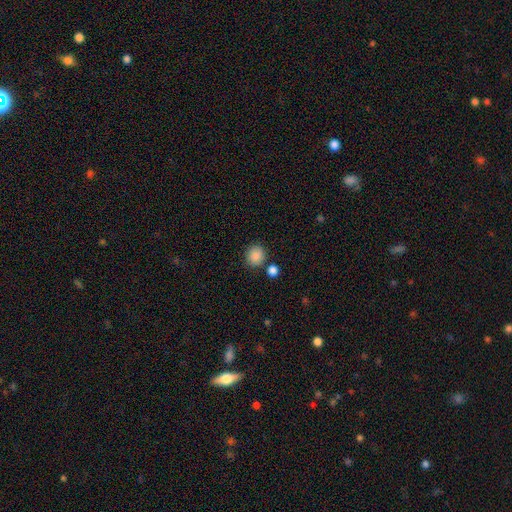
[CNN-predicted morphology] Smooth or featured? smooth (87%)
How rounded? round (86%)
Merging? none (80%)